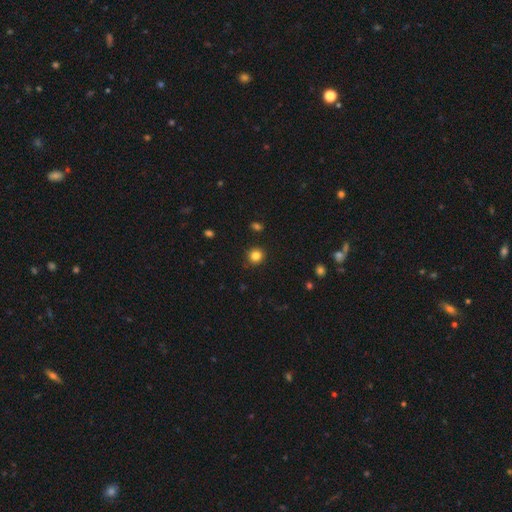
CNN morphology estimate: Overall: smooth (84%). How rounded: round (89%). Merging: none (90%).